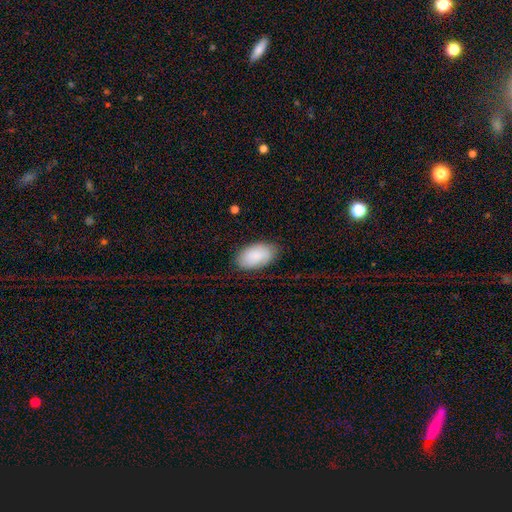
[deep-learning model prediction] This is clearly a smooth galaxy (85%). How rounded: clearly in between (95%). Merging: clearly none (80%).